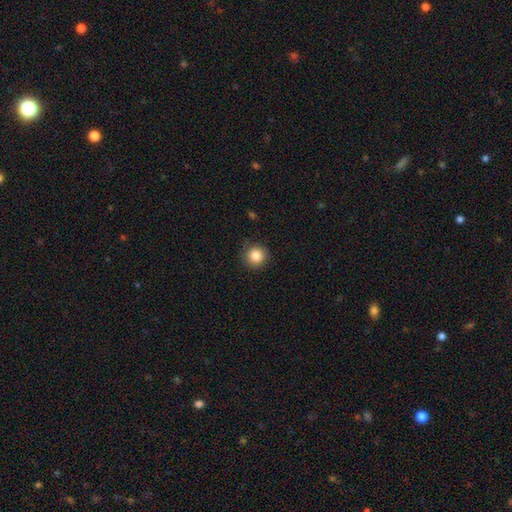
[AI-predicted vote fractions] Q: Smooth or featured?
A: smooth (84%); runner-up: star or artifact (10%)
Q: How rounded?
A: round (94%); runner-up: in between (5%)
Q: Merging?
A: none (85%); runner-up: minor disturbance (11%)